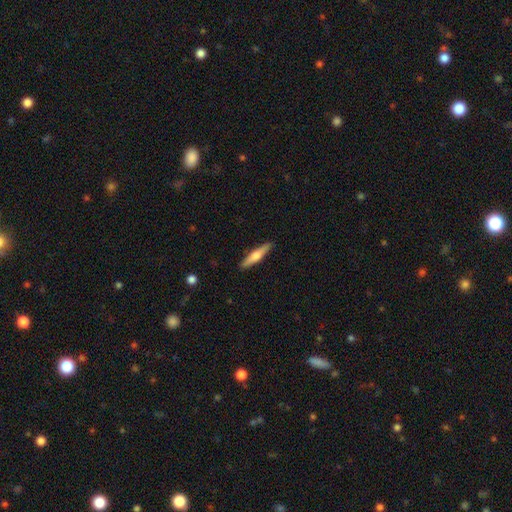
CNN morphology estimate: A smooth galaxy with no disk features (51%) that is cigar-shaped (86%). Merging: none (90%).